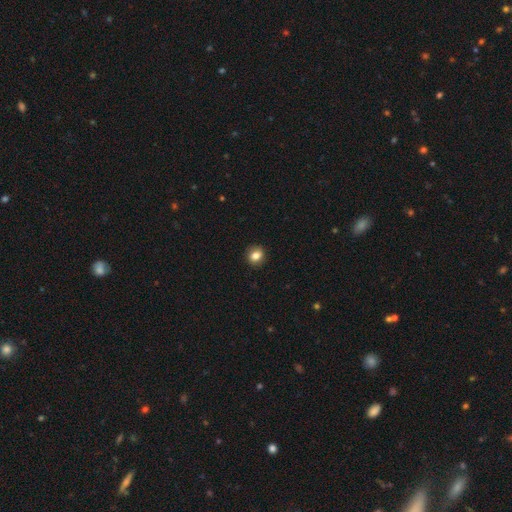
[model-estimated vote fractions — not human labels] The model was most divided on "how rounded": round: 73%, in between: 26%, cigar-shaped: 1%. More confident: merging — none (91%); smooth or featured — smooth (84%).